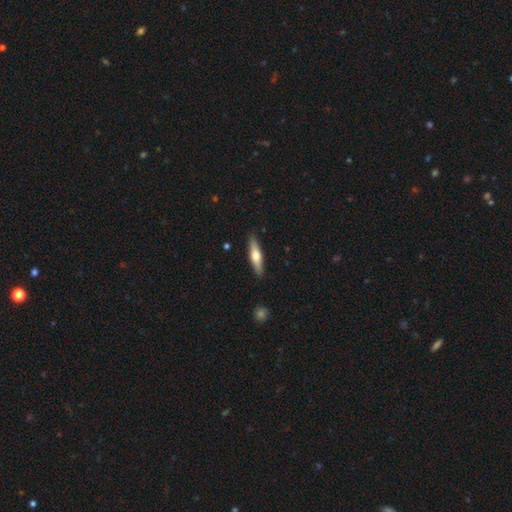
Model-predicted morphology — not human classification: Smooth or featured: smooth — 51% (featured or disk — 44%)
How rounded: cigar-shaped — 72% (in between — 26%)
Merging: none — 89% (minor disturbance — 8%)